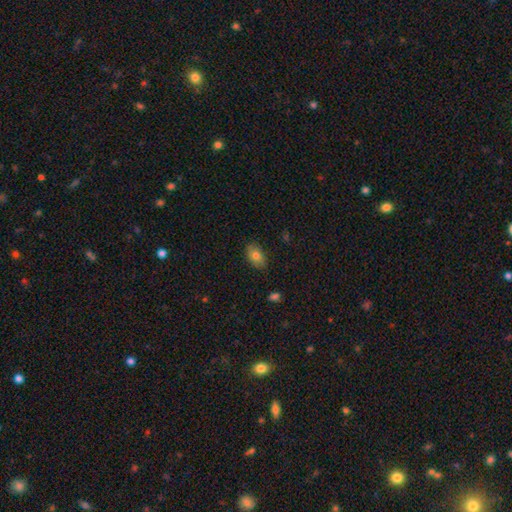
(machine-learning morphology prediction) A smooth galaxy with no disk features (79%) that is in between round and cigar-shaped (89%).

Vote fractions:
- Smooth or featured? smooth: 79% / featured or disk: 12% / star or artifact: 9%
- How rounded? in between: 89% / round: 10% / cigar-shaped: 2%
- Merging? none: 85% / minor disturbance: 12% / major disturbance: 2% / merger: 1%